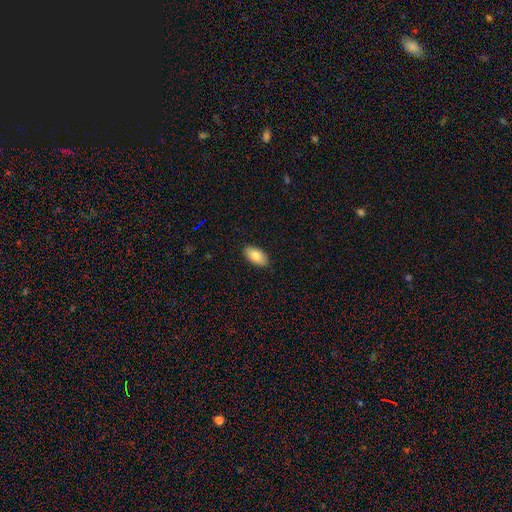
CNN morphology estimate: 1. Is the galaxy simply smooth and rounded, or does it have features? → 82% smooth, 11% featured or disk, 7% star or artifact.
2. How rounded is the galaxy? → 94% in between, 3% round, 3% cigar-shaped.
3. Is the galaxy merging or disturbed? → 89% none, 9% minor disturbance, 2% major disturbance, 1% merger.